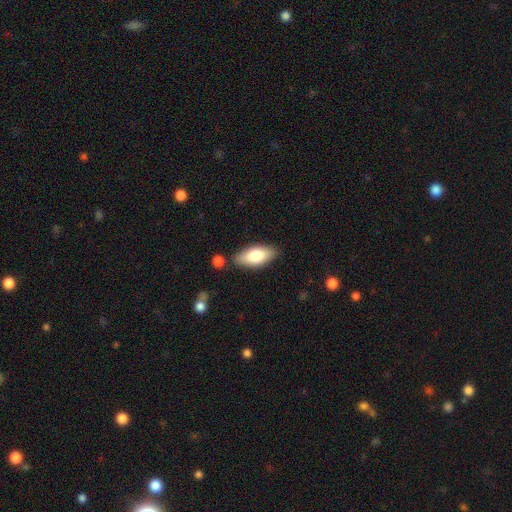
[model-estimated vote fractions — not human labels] smooth-or-featured: smooth: 77% | featured or disk: 17% | star or artifact: 6%
  how-rounded: in between: 84% | cigar-shaped: 13% | round: 2%
  merging: none: 81% | minor disturbance: 12% | merger: 4% | major disturbance: 3%